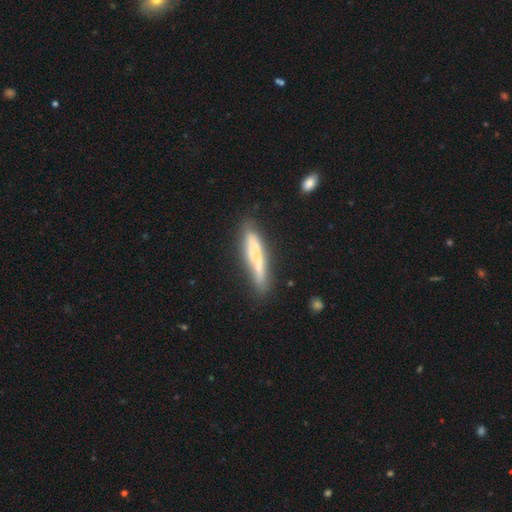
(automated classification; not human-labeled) Q: Smooth or featured?
A: smooth (53%); runner-up: featured or disk (39%)
Q: How rounded?
A: cigar-shaped (89%); runner-up: in between (9%)
Q: Merging?
A: none (69%); runner-up: minor disturbance (21%)